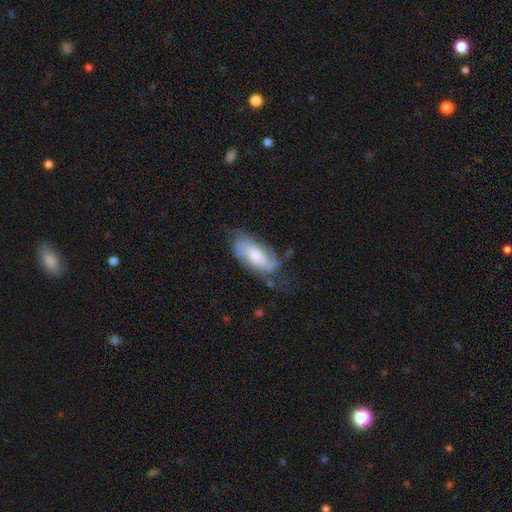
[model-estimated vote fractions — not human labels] Smooth or featured? featured or disk (49%)
Merging? none (56%)